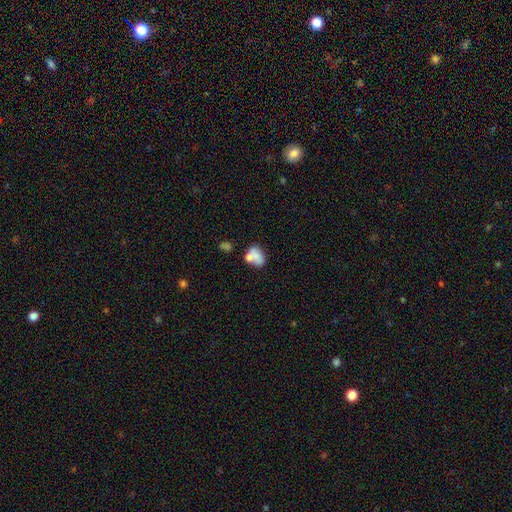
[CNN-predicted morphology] A smooth galaxy with no disk features (67%) that is in between round and cigar-shaped (74%).

Vote fractions:
- Smooth or featured? smooth: 67% / featured or disk: 23% / star or artifact: 10%
- How rounded? in between: 74% / round: 24% / cigar-shaped: 2%
- Merging? none: 38% / merger: 36% / minor disturbance: 17% / major disturbance: 9%